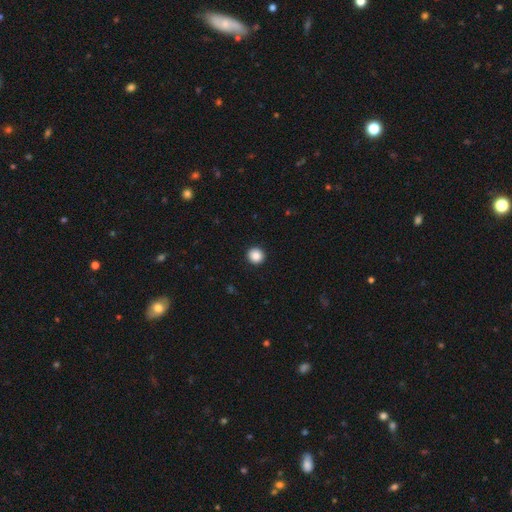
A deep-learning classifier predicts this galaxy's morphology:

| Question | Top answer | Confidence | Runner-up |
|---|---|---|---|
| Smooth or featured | smooth | 87% | star or artifact (9%) |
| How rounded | round | 94% | in between (5%) |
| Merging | none | 93% | minor disturbance (4%) |